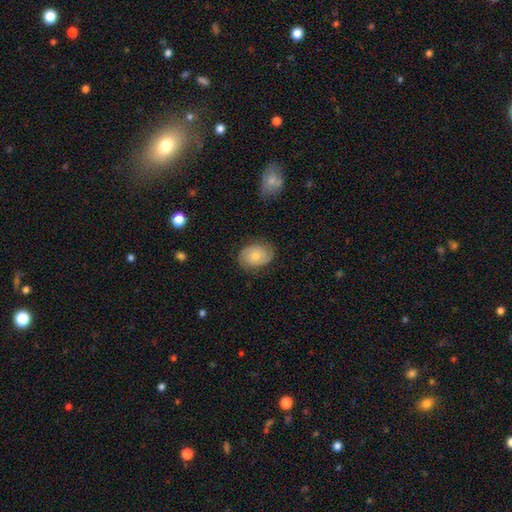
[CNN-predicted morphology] featured or disk 48%, smooth 45%, star or artifact 7%. Down the decision tree: merging — none (75%).